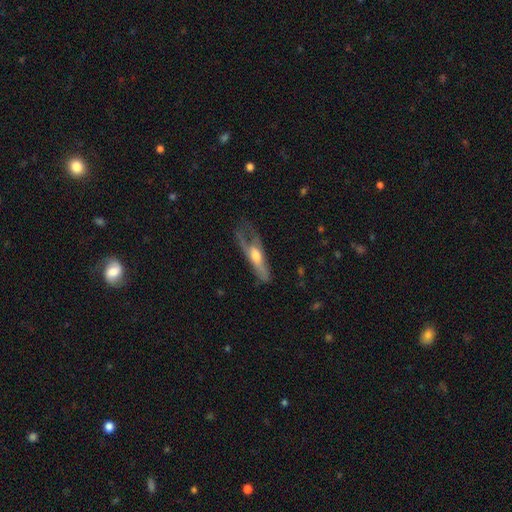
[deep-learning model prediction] This appears to be a featured or disk galaxy (55%) viewed edge-on (59%). Merging: major disturbance (42%).